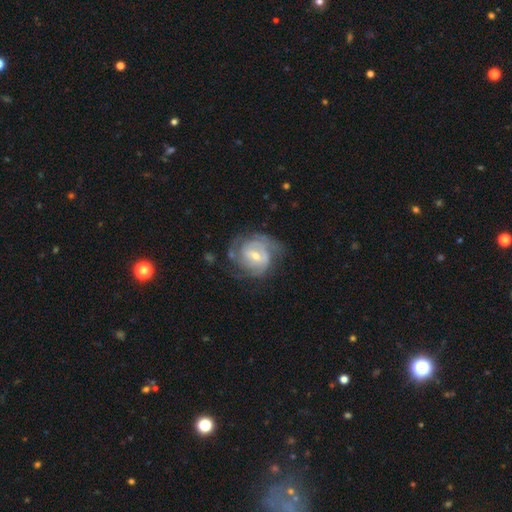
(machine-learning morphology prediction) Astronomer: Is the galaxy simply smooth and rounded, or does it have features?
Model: featured or disk — 83%.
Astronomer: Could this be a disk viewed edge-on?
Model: no — 98%.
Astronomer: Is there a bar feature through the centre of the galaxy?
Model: weak — 55%.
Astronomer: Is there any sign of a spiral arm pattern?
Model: yes — 94%.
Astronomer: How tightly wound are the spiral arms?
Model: tight — 54% (runner-up: medium, 36%).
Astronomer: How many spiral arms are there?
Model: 2 — 37% (runner-up: can't tell, 25%).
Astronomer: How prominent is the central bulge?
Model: small — 50% (runner-up: moderate, 45%).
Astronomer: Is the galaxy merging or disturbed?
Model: none — 64%.